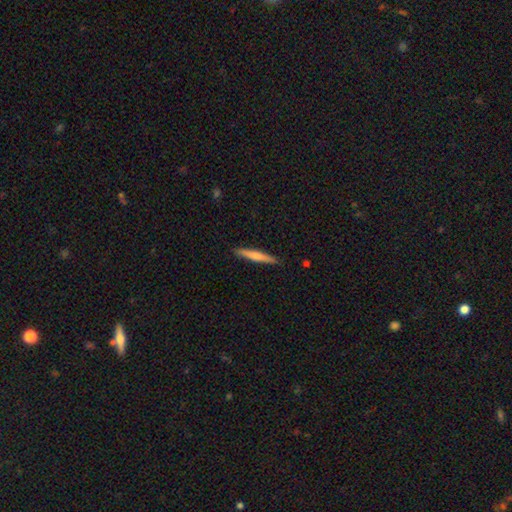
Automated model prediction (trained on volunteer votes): This is likely a smooth galaxy (63%). How rounded: clearly cigar-shaped (95%). Merging: clearly none (90%).